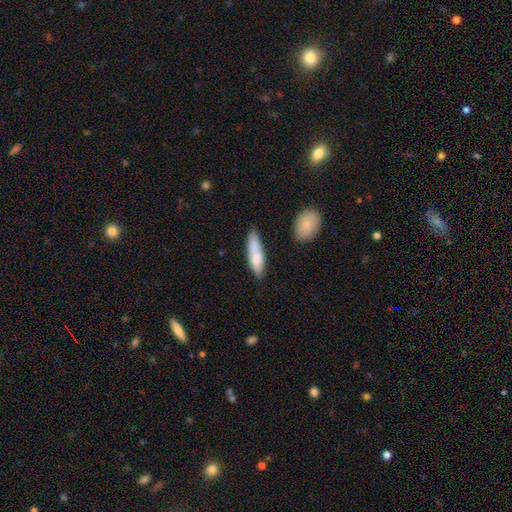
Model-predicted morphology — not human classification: A smooth galaxy with no disk features (76%) that is cigar-shaped (68%).

Vote fractions:
- Smooth or featured? smooth: 76% / featured or disk: 18% / star or artifact: 6%
- How rounded? cigar-shaped: 68% / in between: 30% / round: 2%
- Merging? none: 69% / minor disturbance: 20% / merger: 7% / major disturbance: 4%